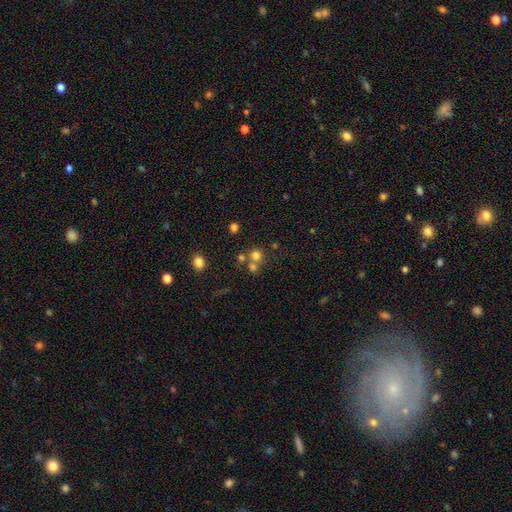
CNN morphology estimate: Smooth or featured: smooth — 71% (star or artifact — 18%)
How rounded: round — 87% (in between — 12%)
Merging: none — 52% (merger — 38%)